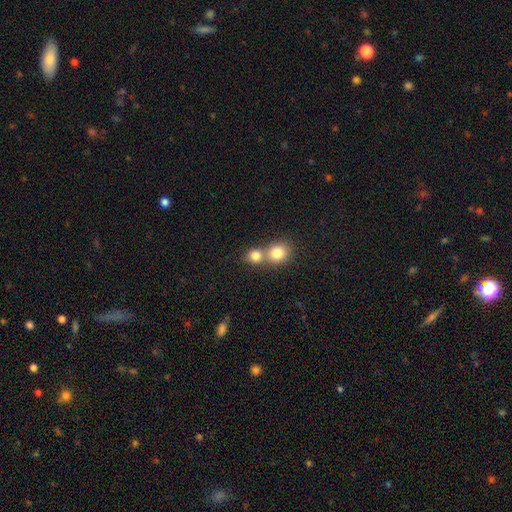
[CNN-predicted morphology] This appears to be a smooth galaxy with no disk features (81%) that is round (79%). Merging: merger (57%).